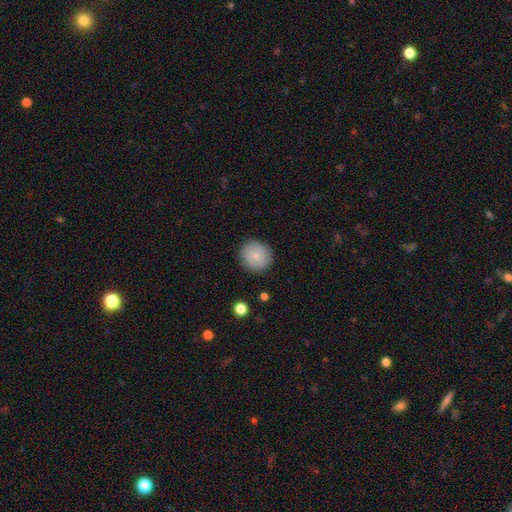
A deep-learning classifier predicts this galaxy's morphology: This appears to be a smooth galaxy with no disk features (76%) that is round (89%). Merging: none (87%).